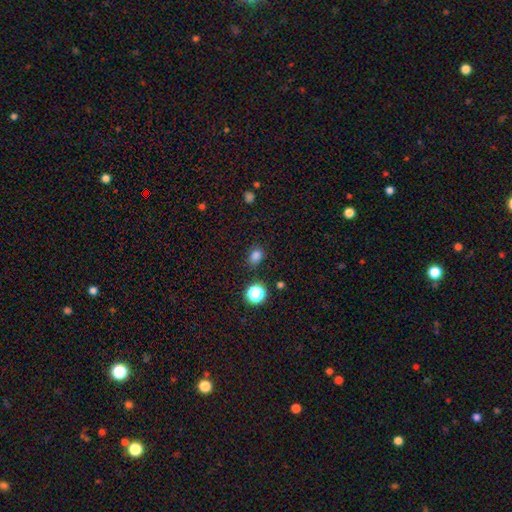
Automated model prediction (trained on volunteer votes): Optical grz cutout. It shows a smooth galaxy with no disk features (80%) that is in between round and cigar-shaped (58%). Merging: none (82%).